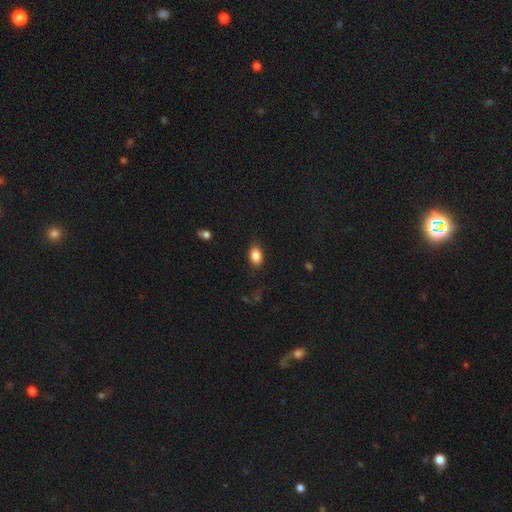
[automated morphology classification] This is clearly a smooth galaxy (86%). How rounded: clearly in between (86%). Merging: clearly none (84%).